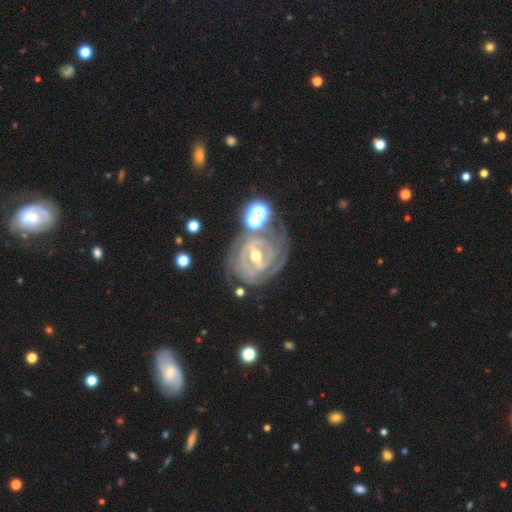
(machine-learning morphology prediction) A featured or disk galaxy (88%) with a strong bar (52%), 2 (33%) tight (74%) spiral arms (91%) and a moderate central bulge (67%).

Vote fractions:
- Smooth or featured? featured or disk: 88% / star or artifact: 6% / smooth: 6%
- Edge-on disk? no: 96% / yes: 4%
- Bar? strong: 52% / weak: 35% / no: 13%
- Spiral arms? yes: 91% / no: 9%
- Spiral winding? tight: 74% / medium: 21% / loose: 5%
- Spiral arm count? 2: 33% / can't tell: 29% / 3: 20% / 4: 7% / 1: 6% / more than 4: 5%
- Bulge size? moderate: 67% / small: 27% / large: 3% / none: 1% / dominant: 1%
- Merging? none: 62% / minor disturbance: 18% / major disturbance: 12% / merger: 8%